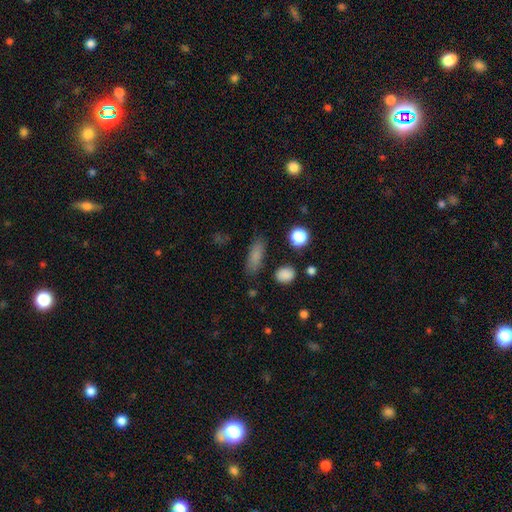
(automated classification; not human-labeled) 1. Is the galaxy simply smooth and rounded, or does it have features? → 80% smooth, 11% star or artifact, 9% featured or disk.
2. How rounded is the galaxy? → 52% in between, 42% cigar-shaped, 6% round.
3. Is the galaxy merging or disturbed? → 83% none, 11% minor disturbance, 3% major disturbance, 3% merger.